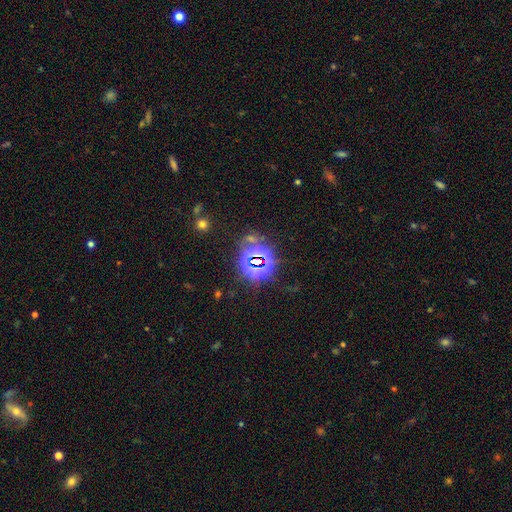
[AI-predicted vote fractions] star or artifact 79%, smooth 13%, featured or disk 8%.